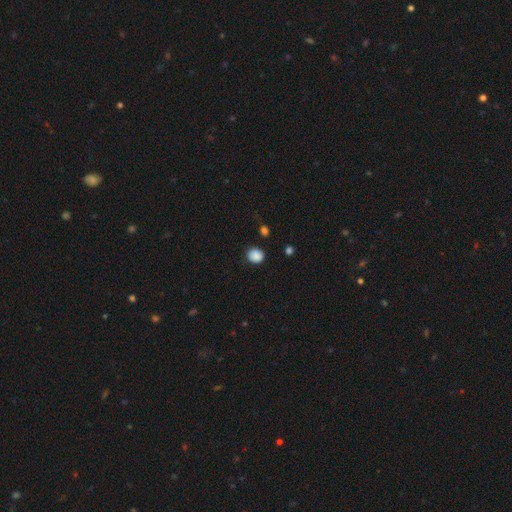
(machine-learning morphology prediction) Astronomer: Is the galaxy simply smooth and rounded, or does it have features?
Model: smooth — 88%.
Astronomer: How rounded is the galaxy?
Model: round — 75%.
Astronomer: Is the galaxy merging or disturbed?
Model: none — 86%.